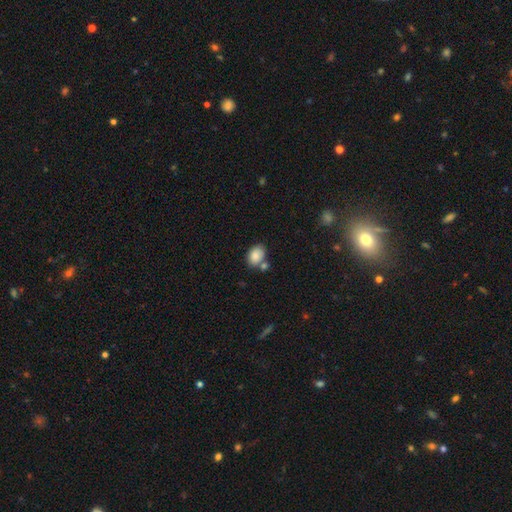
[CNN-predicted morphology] type=smooth (84%); roundness=in between (79%); merging=none (56%).